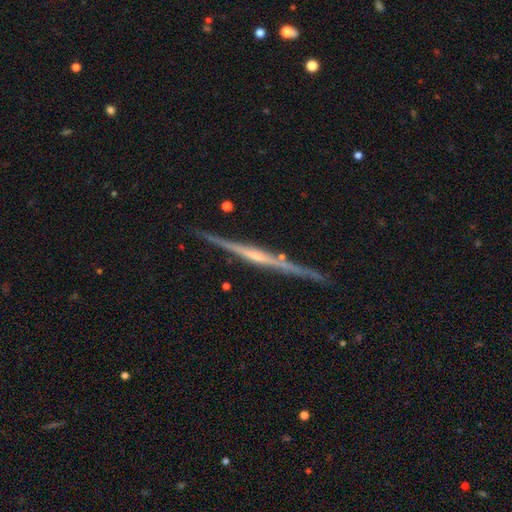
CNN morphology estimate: smooth-or-featured: featured or disk: 83% | smooth: 12% | star or artifact: 5%
  disk-edge-on: yes: 98% | no: 2%
    edge-on-bulge: rounded: 46% | none: 40% | boxy: 14%
  merging: none: 86% | minor disturbance: 10% | merger: 2% | major disturbance: 2%